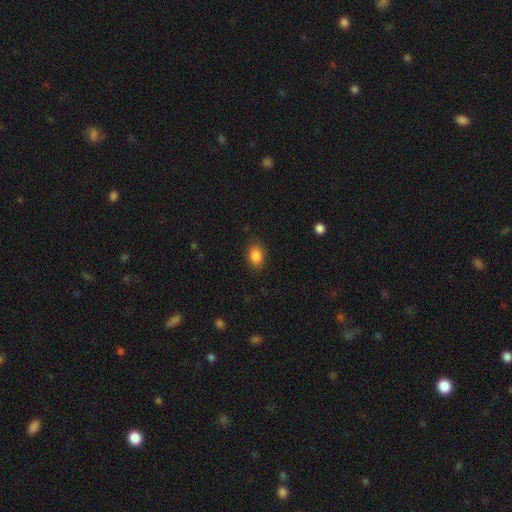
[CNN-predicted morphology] smooth 86%, star or artifact 9%, featured or disk 5%. Down the decision tree: how rounded — in between (74%); merging — none (84%).